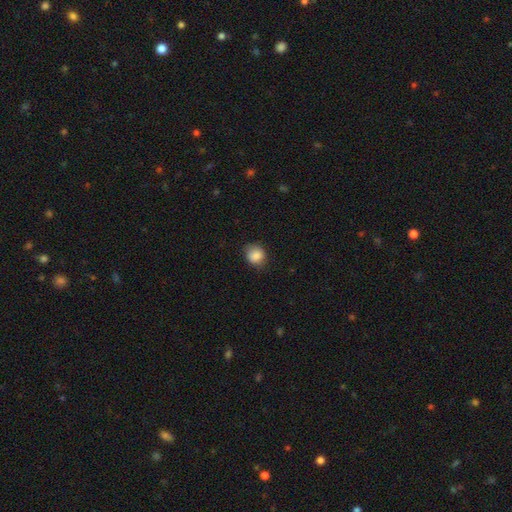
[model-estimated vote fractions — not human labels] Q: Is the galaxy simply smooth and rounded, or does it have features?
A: smooth — 85%.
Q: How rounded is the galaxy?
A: round — 73%.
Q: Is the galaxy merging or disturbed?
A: none — 74%.